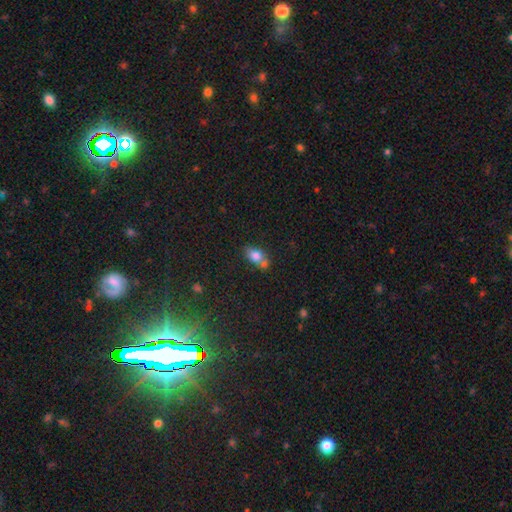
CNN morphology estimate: type=smooth (79%); roundness=in between (73%); merging=none (45%).